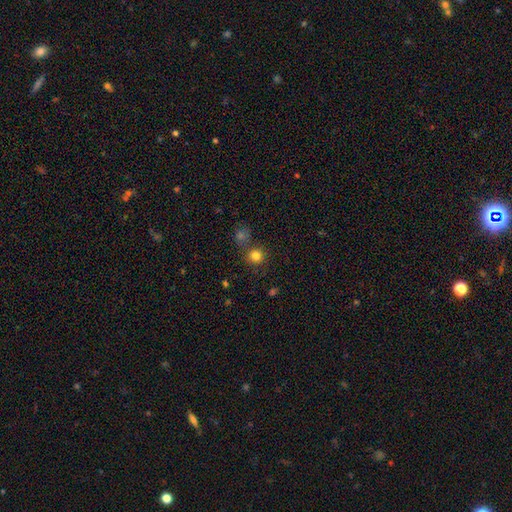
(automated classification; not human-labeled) Smooth or featured? Predicted: smooth (p=0.80). How rounded? Predicted: round (p=0.91). Merging? Predicted: none (p=0.72).